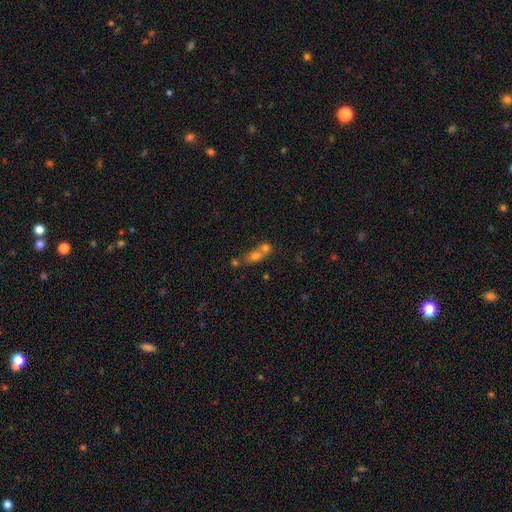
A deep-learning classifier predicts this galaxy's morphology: Q: Smooth or featured?
A: smooth (66%); runner-up: featured or disk (19%)
Q: How rounded?
A: round (54%); runner-up: in between (41%)
Q: Merging?
A: merger (67%); runner-up: none (24%)